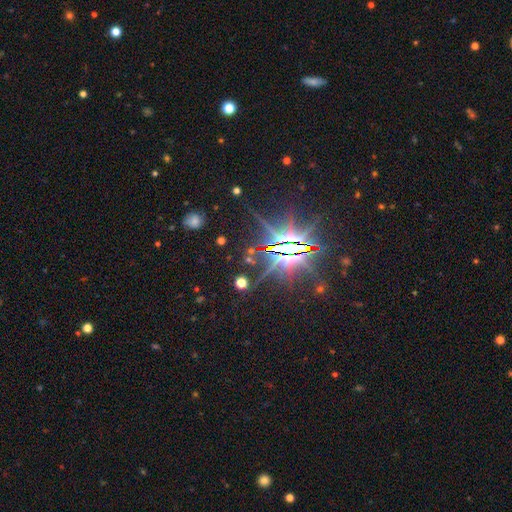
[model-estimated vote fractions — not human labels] star or artifact 83%, featured or disk 11%, smooth 6%.